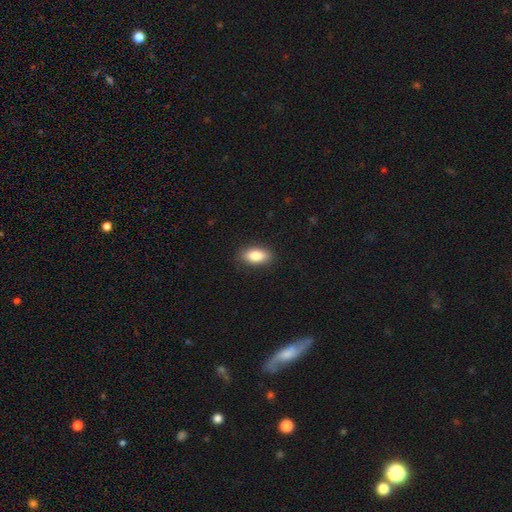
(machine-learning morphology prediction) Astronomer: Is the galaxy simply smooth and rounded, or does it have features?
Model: smooth — 85%.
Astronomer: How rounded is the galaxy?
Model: in between — 89%.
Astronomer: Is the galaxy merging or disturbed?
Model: none — 87%.